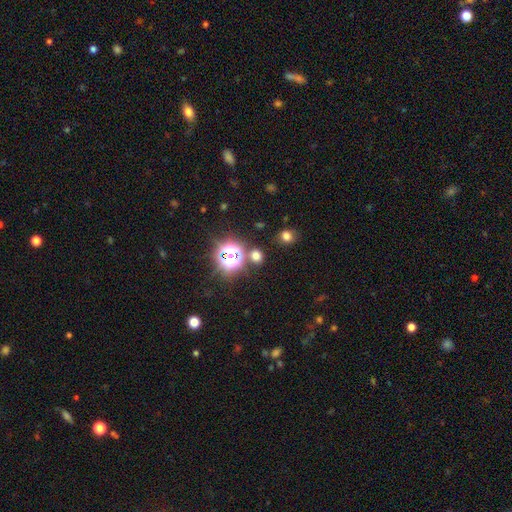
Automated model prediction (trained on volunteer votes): Smooth or featured: smooth — 52% (star or artifact — 41%)
How rounded: round — 75% (in between — 24%)
Merging: none — 77% (merger — 10%)